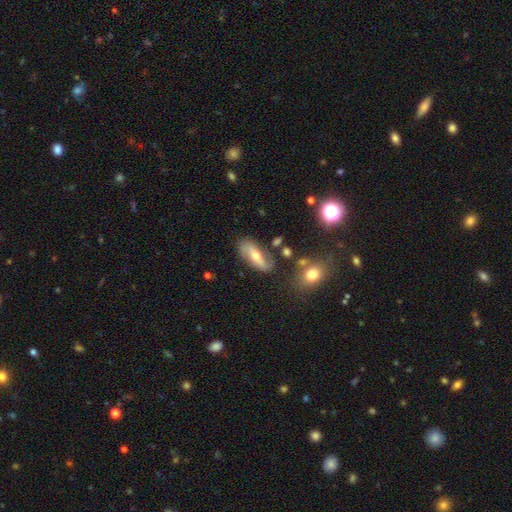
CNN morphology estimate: A featured or disk galaxy (61%).

Vote fractions:
- Smooth or featured? featured or disk: 61% / smooth: 31% / star or artifact: 8%
- Edge-on disk? no: 81% / yes: 19%
- Merging? none: 71% / minor disturbance: 18% / major disturbance: 6% / merger: 4%